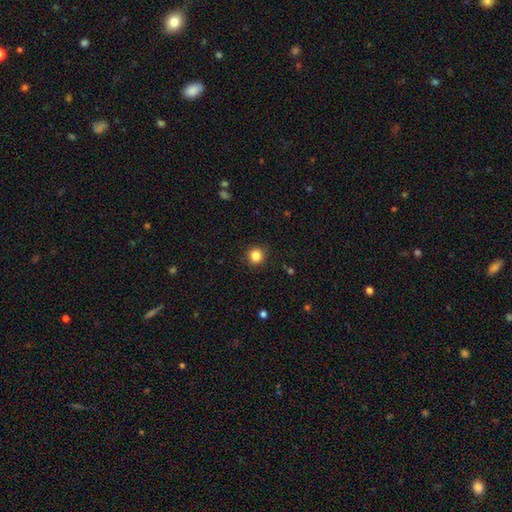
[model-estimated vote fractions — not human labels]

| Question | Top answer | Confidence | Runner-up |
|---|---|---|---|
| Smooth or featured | smooth | 85% | star or artifact (11%) |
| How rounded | round | 93% | in between (6%) |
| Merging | none | 90% | minor disturbance (7%) |